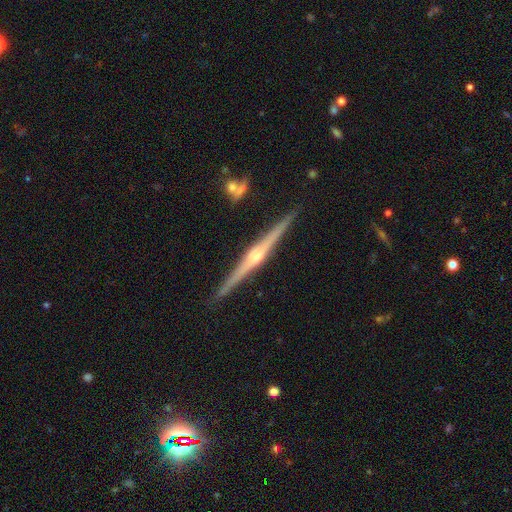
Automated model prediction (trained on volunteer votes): Overall: featured or disk (85%). Edge-on disk: yes (99%). Edge-on bulge: rounded (84%). Merging: none (91%).